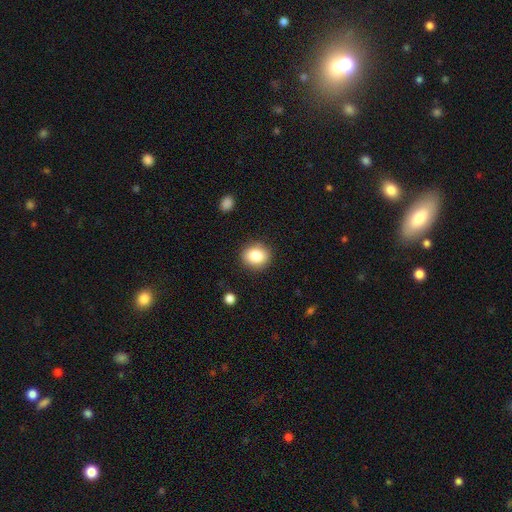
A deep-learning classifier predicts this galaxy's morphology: A smooth galaxy with no disk features (85%) that is round (66%).

Vote fractions:
- Smooth or featured? smooth: 85% / star or artifact: 9% / featured or disk: 6%
- How rounded? round: 66% / in between: 33% / cigar-shaped: 1%
- Merging? none: 87% / minor disturbance: 9% / major disturbance: 3% / merger: 1%